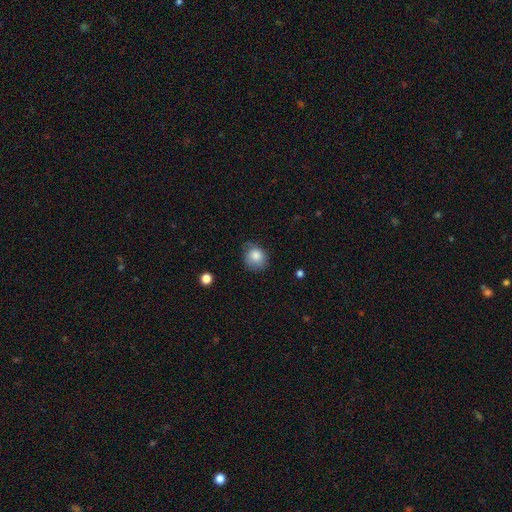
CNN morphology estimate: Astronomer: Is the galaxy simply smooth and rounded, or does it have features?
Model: smooth — 84%.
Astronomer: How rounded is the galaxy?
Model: round — 74%.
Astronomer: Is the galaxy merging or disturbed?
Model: none — 62%.